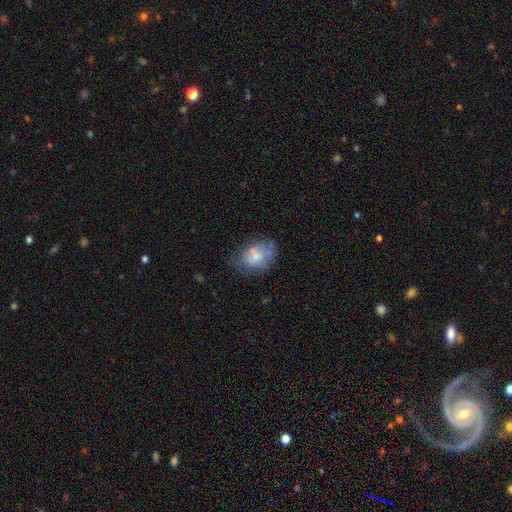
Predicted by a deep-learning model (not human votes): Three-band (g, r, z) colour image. It shows a smooth galaxy with no disk features (58%) that is in between round and cigar-shaped (65%). Merging: none (42%).